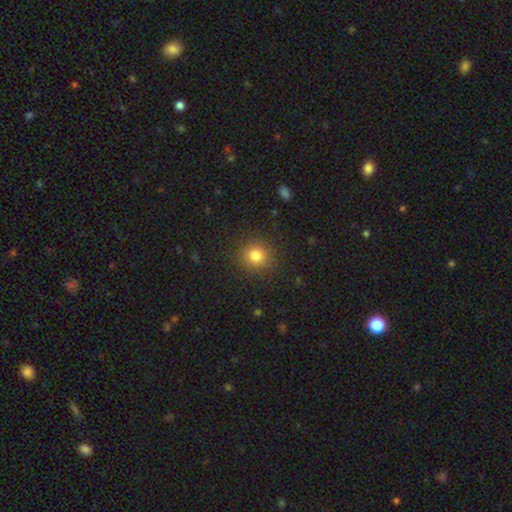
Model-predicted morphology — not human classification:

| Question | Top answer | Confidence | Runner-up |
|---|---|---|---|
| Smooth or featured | smooth | 81% | star or artifact (14%) |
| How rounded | round | 90% | in between (9%) |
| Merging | none | 89% | minor disturbance (7%) |